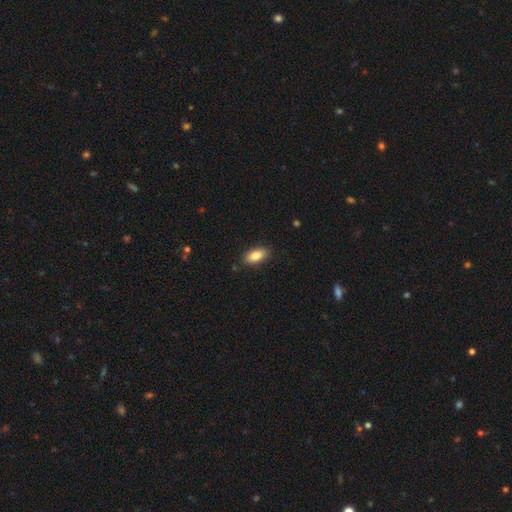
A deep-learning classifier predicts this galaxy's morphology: smooth 85%, featured or disk 8%, star or artifact 7%. Down the decision tree: how rounded — in between (88%); merging — none (86%).